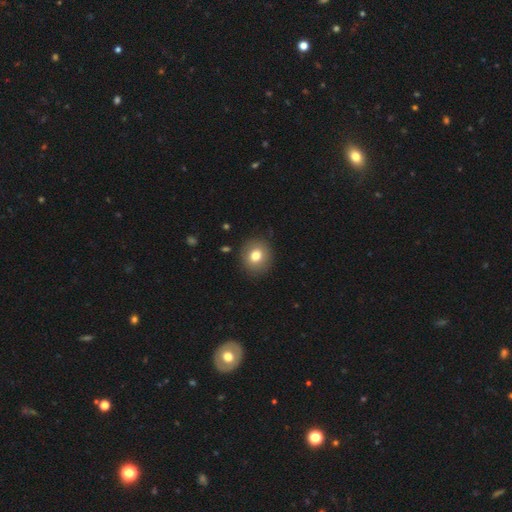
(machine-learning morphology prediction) This is likely a smooth galaxy (77%). How rounded: likely round (77%). Merging: clearly none (88%).